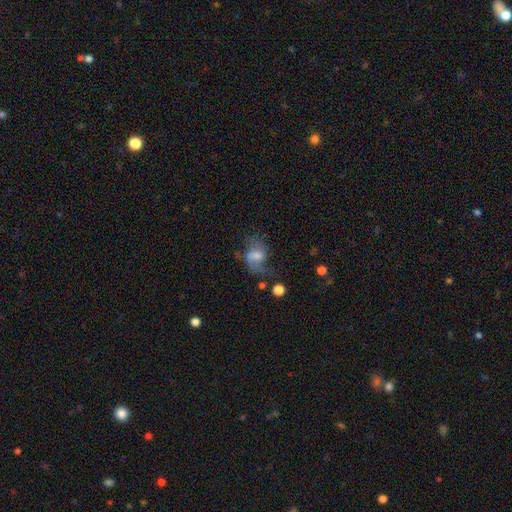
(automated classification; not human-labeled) Q: Smooth or featured?
A: featured or disk (54%); runner-up: smooth (36%)
Q: Edge-on disk?
A: no (96%); runner-up: yes (4%)
Q: Bar?
A: weak (49%); runner-up: no (35%)
Q: Spiral arms?
A: yes (81%); runner-up: no (19%)
Q: Bulge size?
A: moderate (41%); runner-up: small (28%)
Q: Merging?
A: none (42%); runner-up: major disturbance (29%)